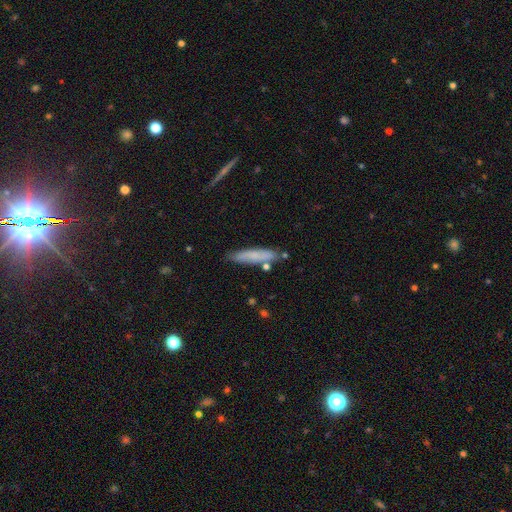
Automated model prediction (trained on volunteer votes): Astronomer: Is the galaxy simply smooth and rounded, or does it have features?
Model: smooth — 70%.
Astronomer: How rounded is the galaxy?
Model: cigar-shaped — 85%.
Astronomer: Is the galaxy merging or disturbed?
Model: none — 78%.